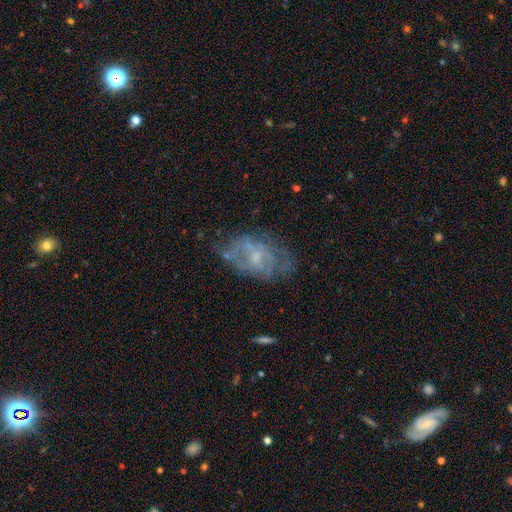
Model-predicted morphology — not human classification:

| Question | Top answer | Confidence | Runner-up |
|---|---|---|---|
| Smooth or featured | featured or disk | 67% | smooth (24%) |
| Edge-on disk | no | 95% | yes (5%) |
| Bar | no | 60% | weak (34%) |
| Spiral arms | yes | 52% | no (48%) |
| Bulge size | small | 49% | moderate (33%) |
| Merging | none | 54% | minor disturbance (26%) |